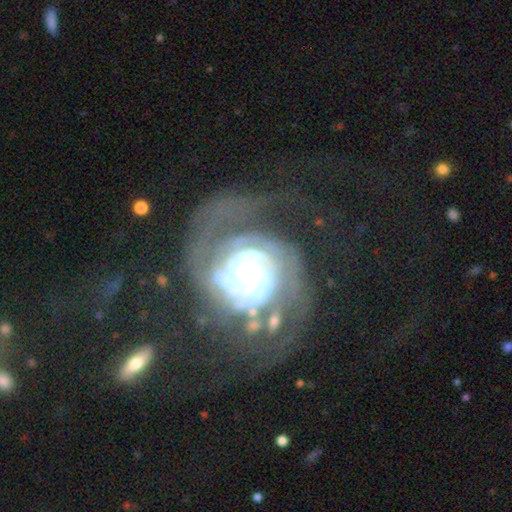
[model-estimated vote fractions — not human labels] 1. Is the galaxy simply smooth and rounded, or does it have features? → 88% featured or disk, 6% smooth, 6% star or artifact.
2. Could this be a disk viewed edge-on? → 97% no, 3% yes.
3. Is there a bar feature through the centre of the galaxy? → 64% no, 24% weak, 12% strong.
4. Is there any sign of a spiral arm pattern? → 94% yes, 6% no.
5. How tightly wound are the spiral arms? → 65% tight, 26% medium, 9% loose.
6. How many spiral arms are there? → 34% 2, 27% can't tell, 17% 3, 8% 4, 8% 1, 6% more than 4.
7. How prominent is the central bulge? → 46% moderate, 34% small, 14% large, 3% none, 3% dominant.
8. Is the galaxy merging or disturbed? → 43% none, 34% major disturbance, 18% minor disturbance, 6% merger.